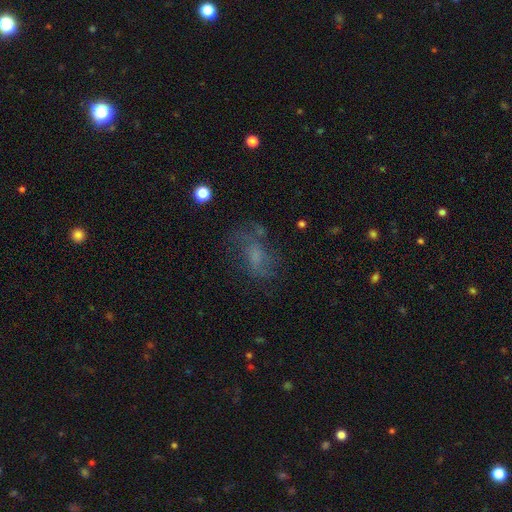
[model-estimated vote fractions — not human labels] Overall: featured or disk (42%; smooth 38%). Merging: none (51%; major disturbance 25%).